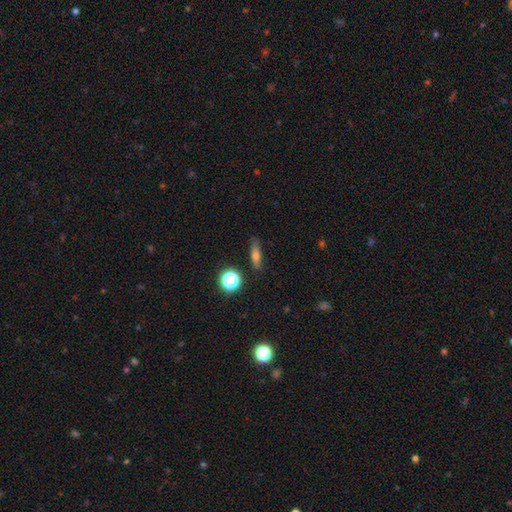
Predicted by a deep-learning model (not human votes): Smooth or featured: smooth — 62% (featured or disk — 25%)
How rounded: cigar-shaped — 59% (in between — 29%)
Merging: none — 82% (minor disturbance — 13%)